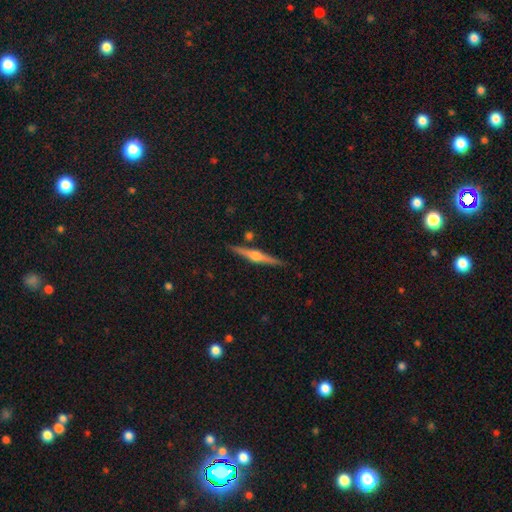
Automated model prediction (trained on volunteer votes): The model was most divided on "smooth or featured": featured or disk: 77%, smooth: 17%, star or artifact: 6%. More confident: edge-on disk — yes (98%); edge-on bulge — rounded (93%); merging — none (88%).